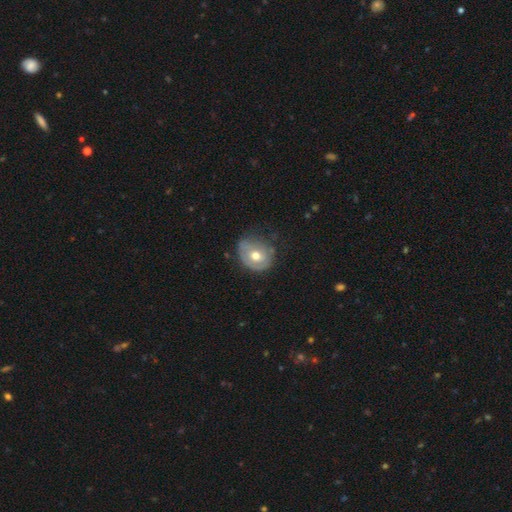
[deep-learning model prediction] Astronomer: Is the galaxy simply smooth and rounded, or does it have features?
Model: smooth — 47% (runner-up: featured or disk, 46%).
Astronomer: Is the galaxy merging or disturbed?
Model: none — 53% (runner-up: minor disturbance, 33%).